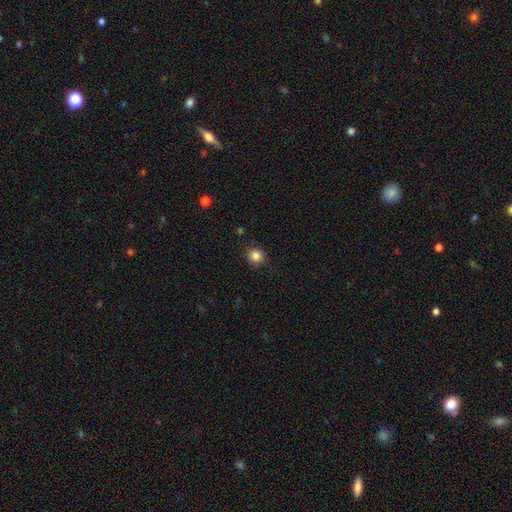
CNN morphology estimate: Overall: smooth (84%). How rounded: round (90%). Merging: none (88%).